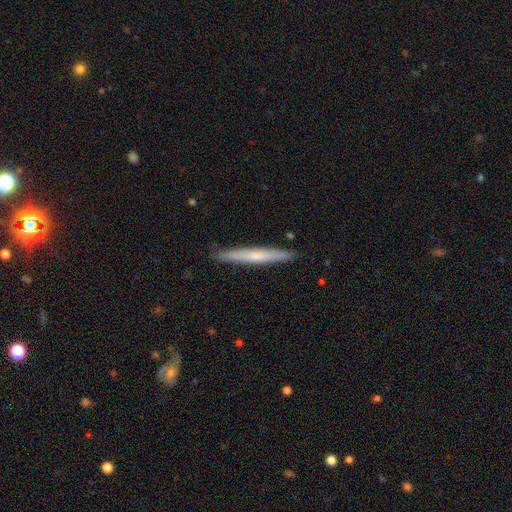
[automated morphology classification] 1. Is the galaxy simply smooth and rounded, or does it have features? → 54% smooth, 40% featured or disk, 5% star or artifact.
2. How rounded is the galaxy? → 97% cigar-shaped, 2% in between, 1% round.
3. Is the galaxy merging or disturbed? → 90% none, 7% minor disturbance, 1% major disturbance, 1% merger.